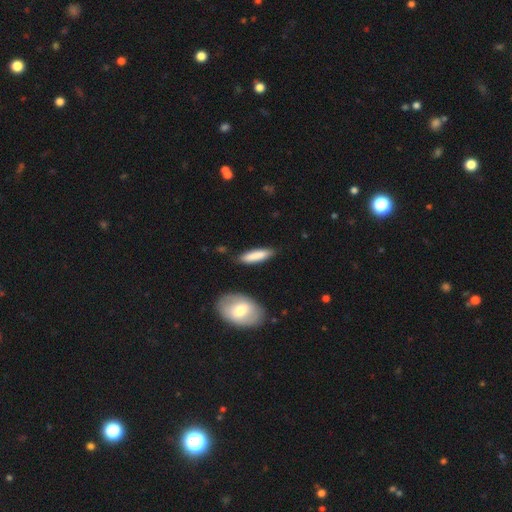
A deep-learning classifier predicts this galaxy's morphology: Overall: smooth (81%). How rounded: cigar-shaped (73%). Merging: none (84%).